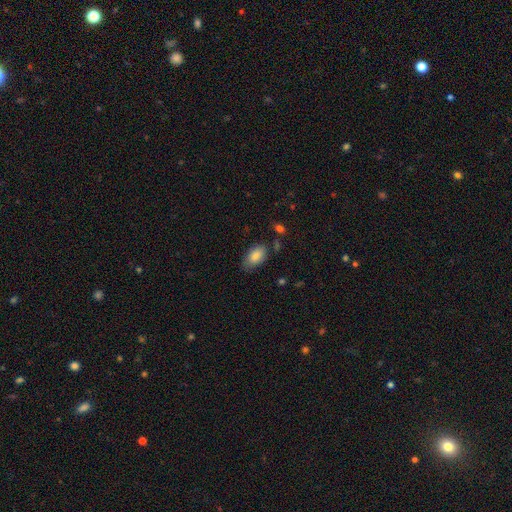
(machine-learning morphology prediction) Smooth or featured? smooth (85%)
How rounded? in between (93%)
Merging? none (69%)